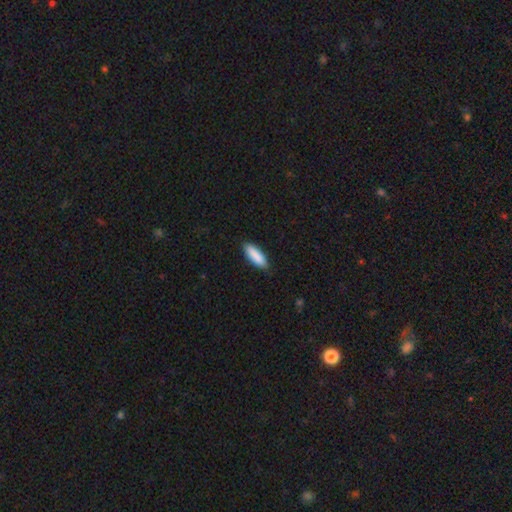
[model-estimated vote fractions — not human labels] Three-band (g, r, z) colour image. It shows a smooth galaxy with no disk features (90%) that is in between round and cigar-shaped (53%). Merging: none (88%).